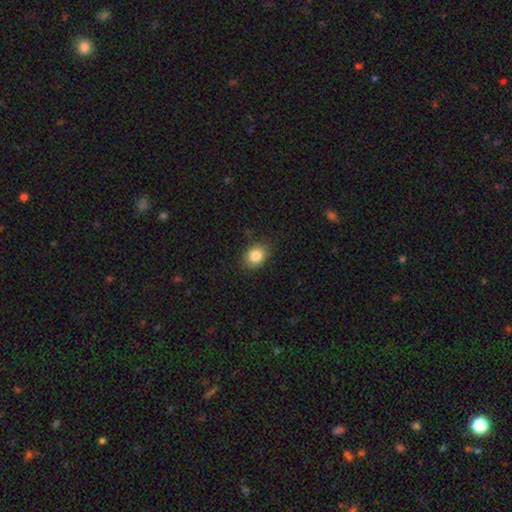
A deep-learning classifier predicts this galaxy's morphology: A smooth galaxy with no disk features (85%) that is in between round and cigar-shaped (53%).

Vote fractions:
- Smooth or featured? smooth: 85% / star or artifact: 9% / featured or disk: 6%
- How rounded? in between: 53% / round: 46% / cigar-shaped: 1%
- Merging? none: 85% / minor disturbance: 11% / major disturbance: 3% / merger: 1%